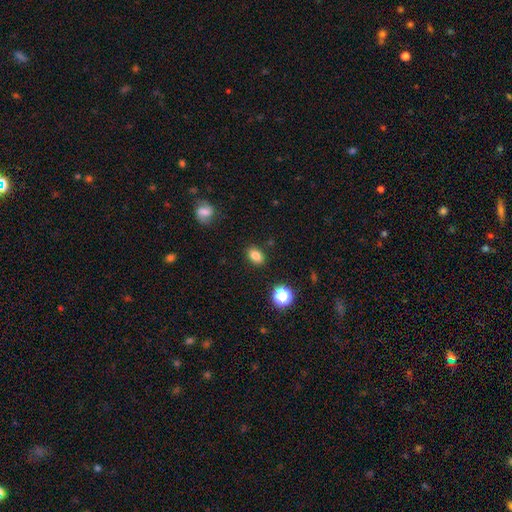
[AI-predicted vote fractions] Smooth or featured? smooth (81%)
How rounded? in between (77%)
Merging? none (87%)